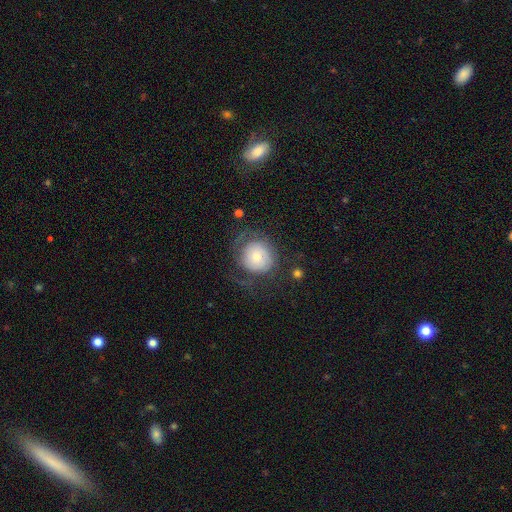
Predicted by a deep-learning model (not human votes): Q: Smooth or featured?
A: smooth (61%); runner-up: featured or disk (31%)
Q: How rounded?
A: round (89%); runner-up: in between (10%)
Q: Merging?
A: none (51%); runner-up: major disturbance (26%)